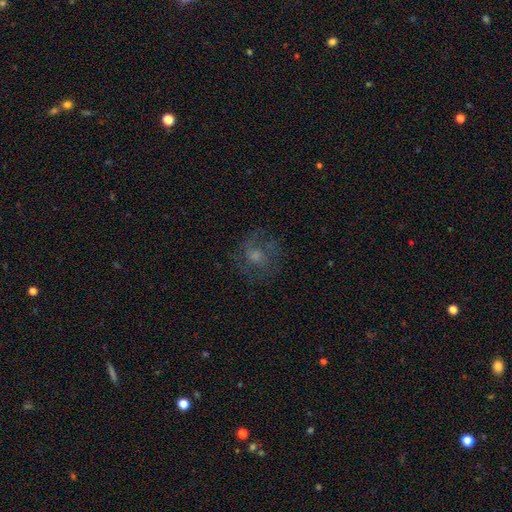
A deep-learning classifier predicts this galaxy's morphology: Smooth or featured?
  - featured or disk: 50% *
  - smooth: 36%
  - star or artifact: 14%
Merging?
  - none: 68% *
  - minor disturbance: 16%
  - major disturbance: 14%
  - merger: 1%